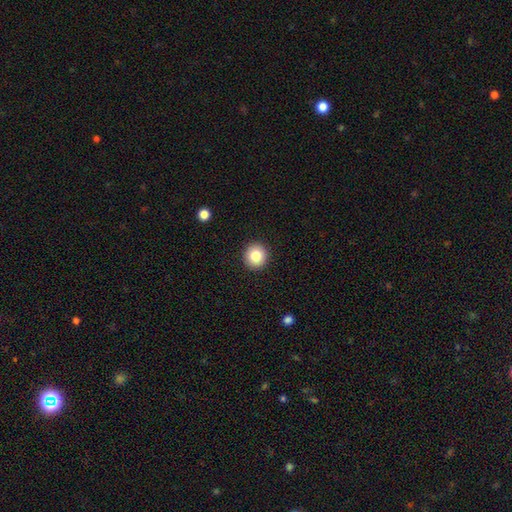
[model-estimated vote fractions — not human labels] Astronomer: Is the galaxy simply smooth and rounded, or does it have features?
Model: smooth — 83%.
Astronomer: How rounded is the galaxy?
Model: round — 93%.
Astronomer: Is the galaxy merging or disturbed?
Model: none — 93%.